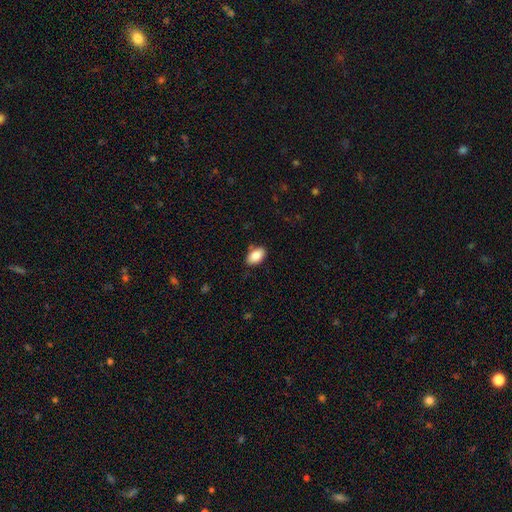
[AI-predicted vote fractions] This is clearly a smooth galaxy (85%). How rounded: clearly in between (92%). Merging: clearly none (81%).